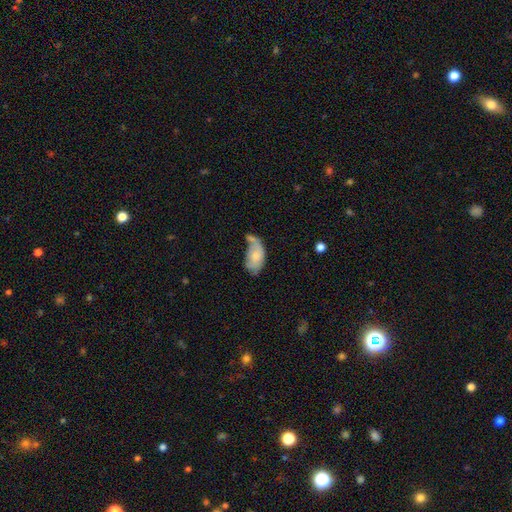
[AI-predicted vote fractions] Overall: smooth (67%). How rounded: in between (93%). Merging: minor disturbance (29%; none 27%).